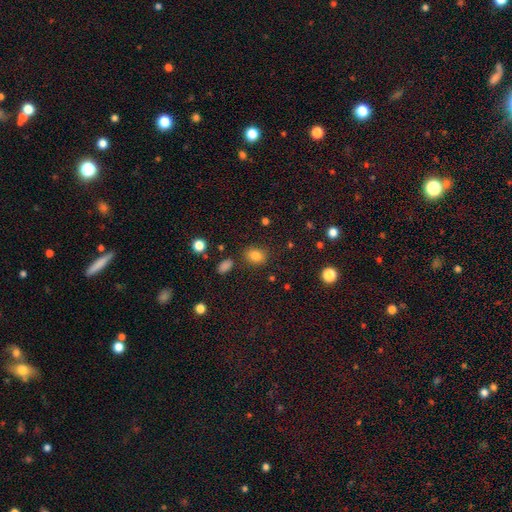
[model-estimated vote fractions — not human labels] Overall: smooth (81%). How rounded: in between (55%; round 44%). Merging: none (82%).